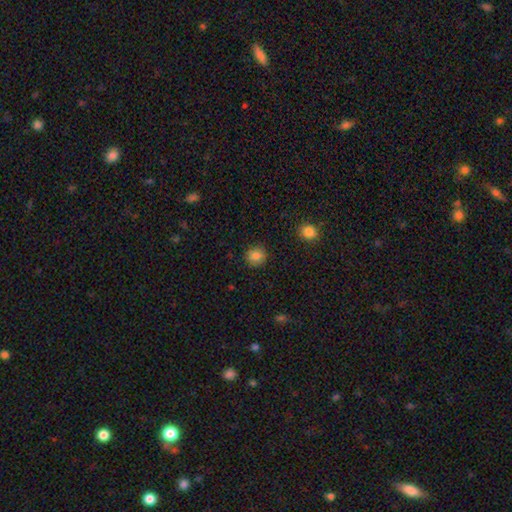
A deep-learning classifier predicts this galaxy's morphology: The model was most divided on "how rounded": round: 84%, in between: 15%, cigar-shaped: 1%. More confident: merging — none (87%); smooth or featured — smooth (85%).